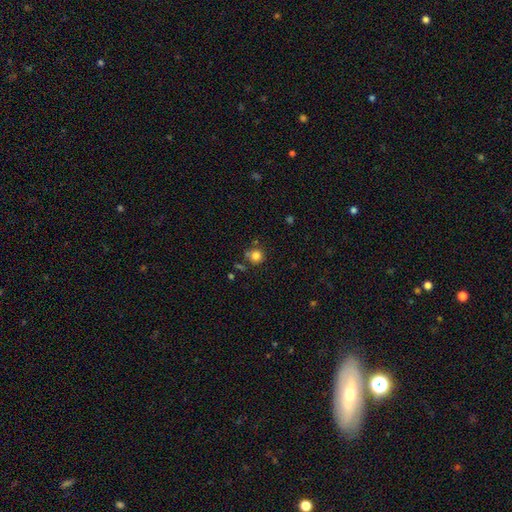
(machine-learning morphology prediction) Smooth or featured? smooth (81%)
How rounded? round (91%)
Merging? none (70%)